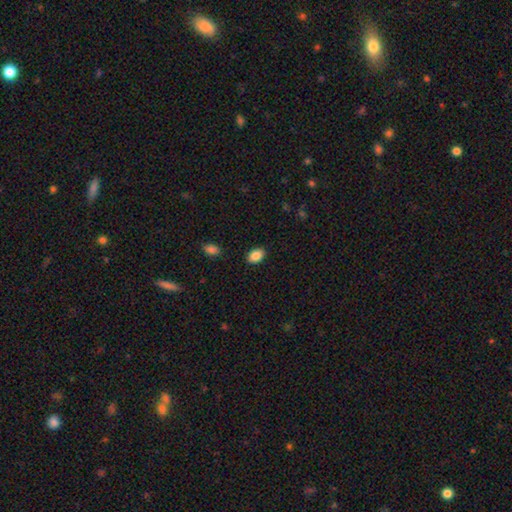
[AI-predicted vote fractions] Smooth or featured: smooth — 87% (star or artifact — 8%)
How rounded: in between — 82% (round — 17%)
Merging: none — 89% (minor disturbance — 8%)